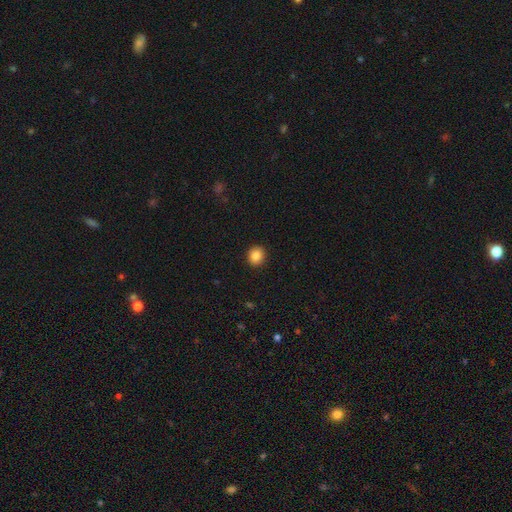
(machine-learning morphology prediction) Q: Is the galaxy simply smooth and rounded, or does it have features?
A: smooth — 85%.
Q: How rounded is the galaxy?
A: round — 79%.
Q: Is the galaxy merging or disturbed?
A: none — 92%.